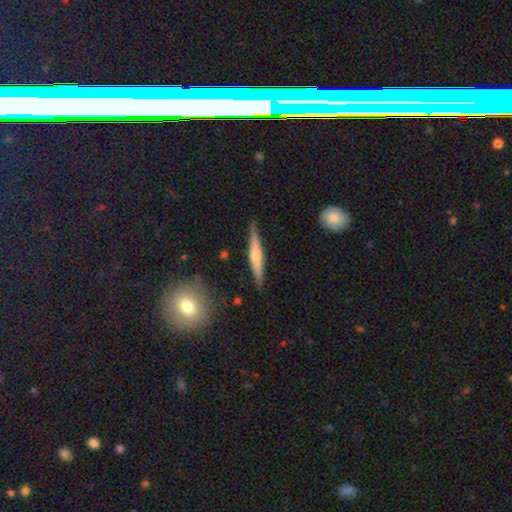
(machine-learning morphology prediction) Q: Smooth or featured?
A: featured or disk (53%); runner-up: smooth (41%)
Q: Edge-on disk?
A: yes (95%); runner-up: no (5%)
Q: Edge-on bulge?
A: rounded (75%); runner-up: none (17%)
Q: Merging?
A: none (86%); runner-up: minor disturbance (10%)